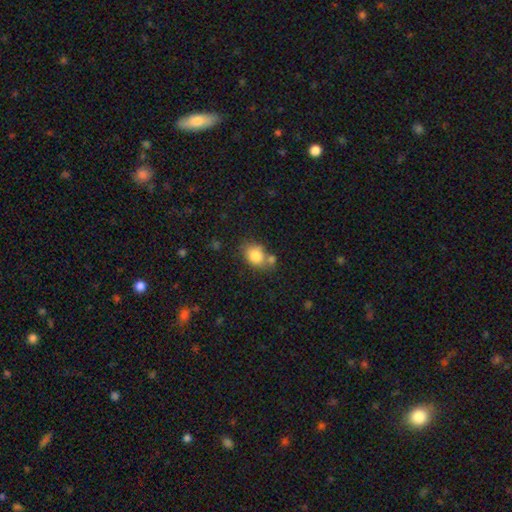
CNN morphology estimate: smooth-or-featured: smooth: 83% | star or artifact: 9% | featured or disk: 8%
  how-rounded: in between: 63% | round: 36% | cigar-shaped: 1%
  merging: none: 58% | merger: 21% | minor disturbance: 16% | major disturbance: 5%